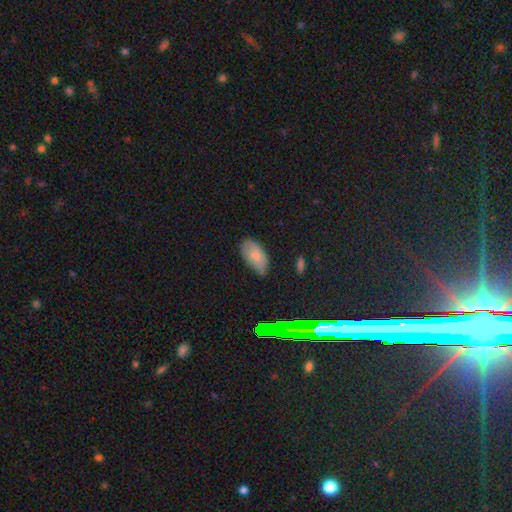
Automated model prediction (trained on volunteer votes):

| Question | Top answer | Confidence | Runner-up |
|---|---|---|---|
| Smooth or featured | smooth | 78% | featured or disk (13%) |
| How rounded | in between | 94% | round (3%) |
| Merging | none | 65% | minor disturbance (28%) |